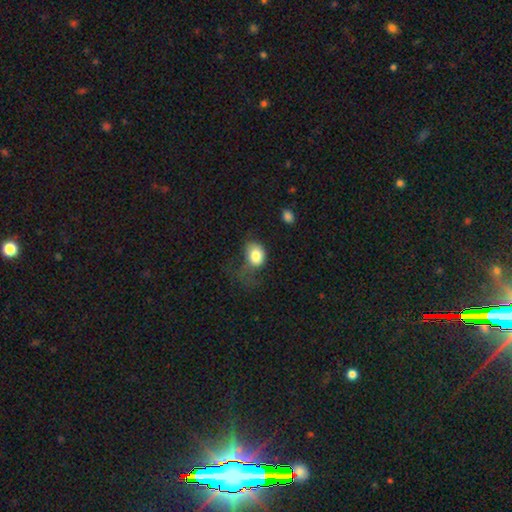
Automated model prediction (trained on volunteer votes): A smooth galaxy with no disk features (80%) that is in between round and cigar-shaped (54%).

Vote fractions:
- Smooth or featured? smooth: 80% / featured or disk: 12% / star or artifact: 8%
- How rounded? in between: 54% / round: 45% / cigar-shaped: 1%
- Merging? major disturbance: 46% / minor disturbance: 25% / none: 25% / merger: 4%